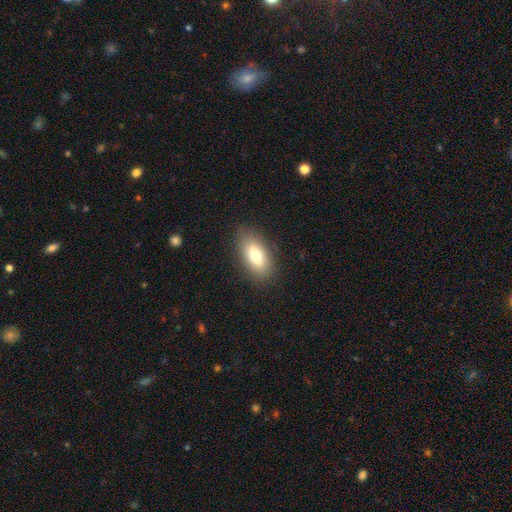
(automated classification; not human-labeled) Overall: smooth (74%). How rounded: in between (87%). Merging: none (85%).